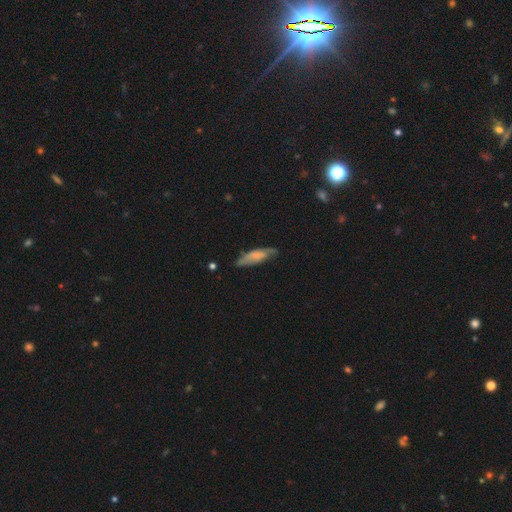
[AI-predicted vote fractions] The model was most divided on "how rounded": cigar-shaped: 54%, in between: 44%, round: 2%. More confident: merging — none (62%); smooth or featured — smooth (57%).